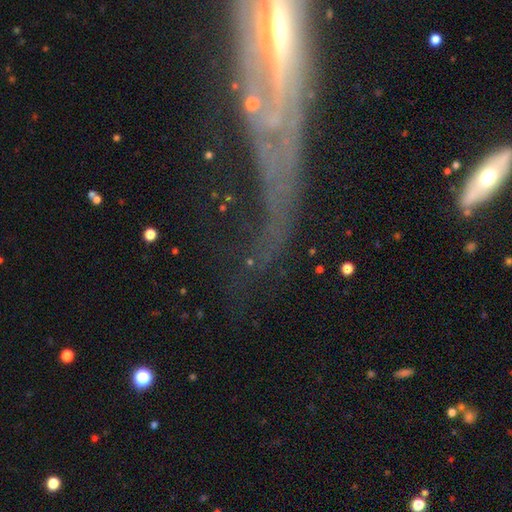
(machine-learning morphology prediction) Smooth or featured?
  - featured or disk: 63% *
  - smooth: 19%
  - star or artifact: 18%
Edge-on disk?
  - yes: 51% *
  - no: 49%
Merging?
  - none: 40% *
  - major disturbance: 35%
  - minor disturbance: 16%
  - merger: 9%